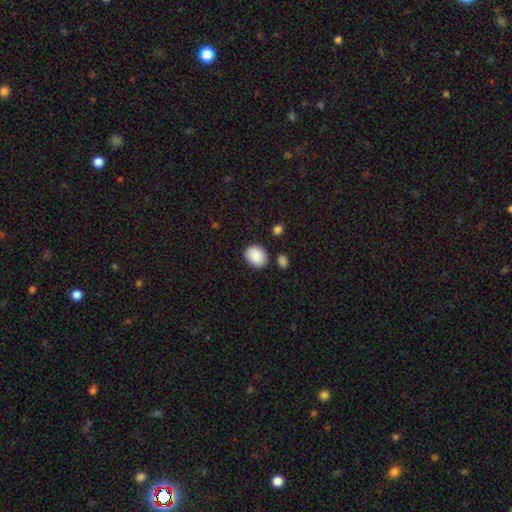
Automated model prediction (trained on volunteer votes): This is clearly a smooth galaxy (89%). How rounded: possibly in between (52%). Merging: likely none (80%).